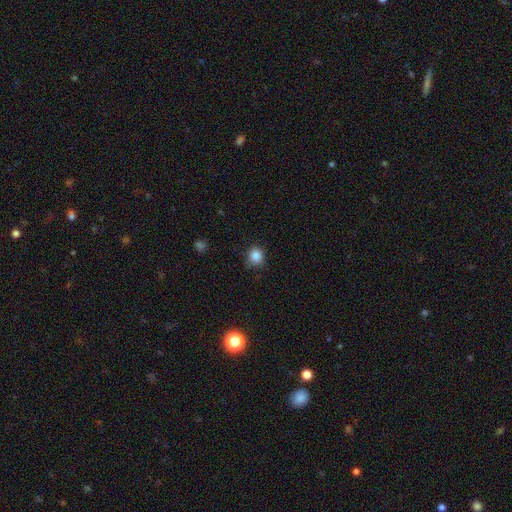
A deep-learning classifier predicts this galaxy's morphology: A smooth galaxy with no disk features (86%) that is round (81%). Merging: none (78%).